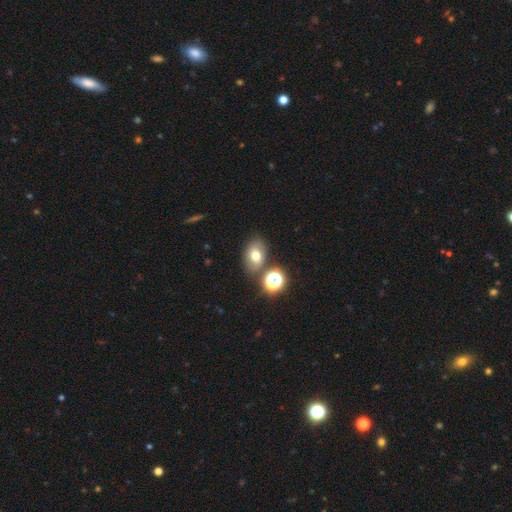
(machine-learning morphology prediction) The model was most divided on "how rounded": in between: 72%, round: 27%, cigar-shaped: 1%. More confident: merging — none (71%); smooth or featured — smooth (67%).